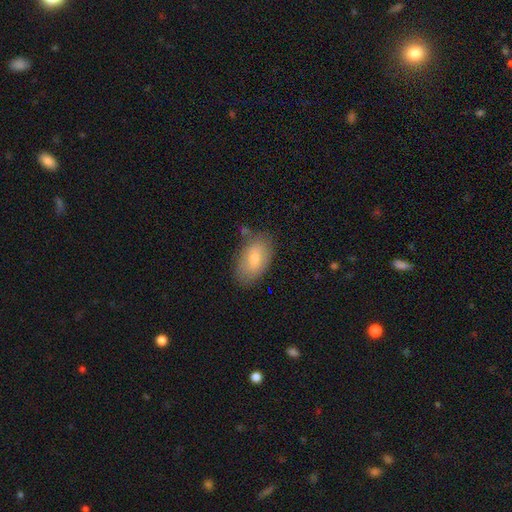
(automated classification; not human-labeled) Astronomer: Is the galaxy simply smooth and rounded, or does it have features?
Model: smooth — 70%.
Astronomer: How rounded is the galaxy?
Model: in between — 93%.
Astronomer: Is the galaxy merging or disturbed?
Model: none — 79%.